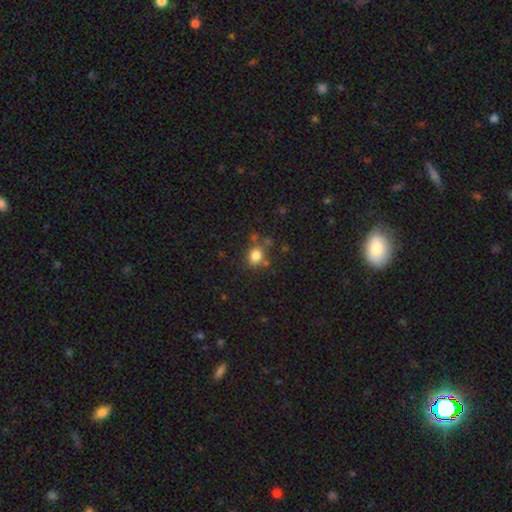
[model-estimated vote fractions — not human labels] Smooth or featured?
  - smooth: 81% *
  - star or artifact: 12%
  - featured or disk: 7%
How rounded?
  - round: 53% *
  - in between: 45%
  - cigar-shaped: 1%
Merging?
  - none: 66% *
  - minor disturbance: 16%
  - merger: 13%
  - major disturbance: 6%